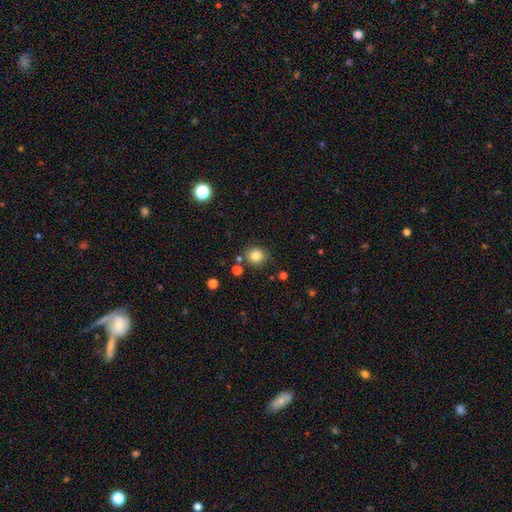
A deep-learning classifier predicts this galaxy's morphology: A smooth galaxy with no disk features (83%) that is round (83%).

Vote fractions:
- Smooth or featured? smooth: 83% / star or artifact: 11% / featured or disk: 6%
- How rounded? round: 83% / in between: 16% / cigar-shaped: 1%
- Merging? none: 83% / minor disturbance: 9% / merger: 5% / major disturbance: 3%